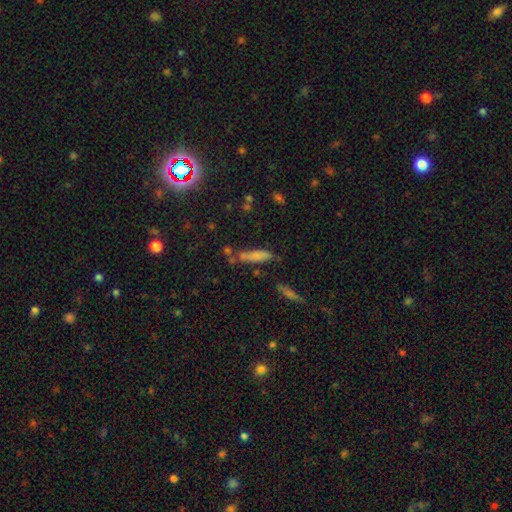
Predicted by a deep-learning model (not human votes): This appears to be a smooth galaxy with no disk features (73%) that is cigar-shaped (66%). Merging: none (61%).